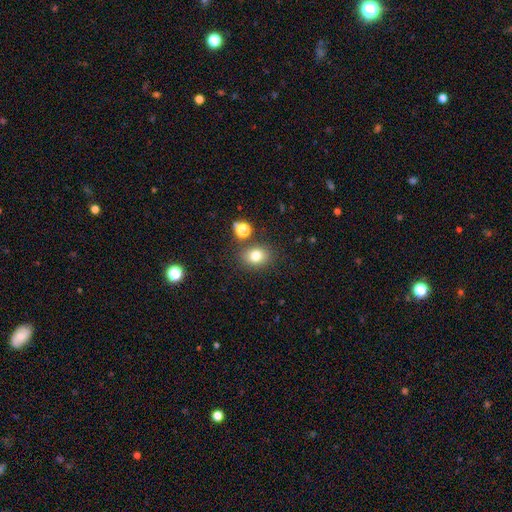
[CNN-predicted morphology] smooth 77%, star or artifact 14%, featured or disk 9%. Down the decision tree: how rounded — round (53%); merging — none (78%).